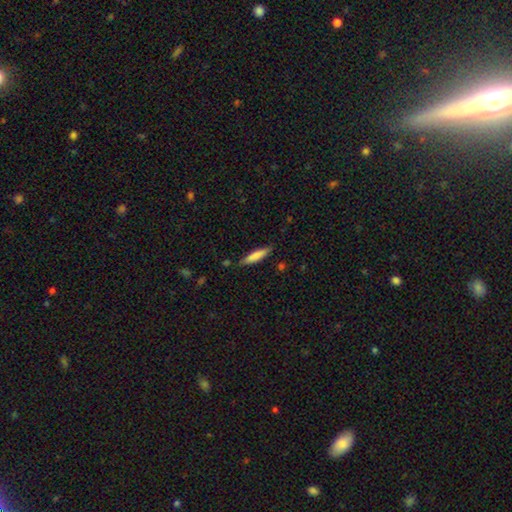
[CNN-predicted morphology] Q: Smooth or featured?
A: smooth (78%); runner-up: featured or disk (16%)
Q: How rounded?
A: cigar-shaped (83%); runner-up: in between (16%)
Q: Merging?
A: none (84%); runner-up: minor disturbance (12%)